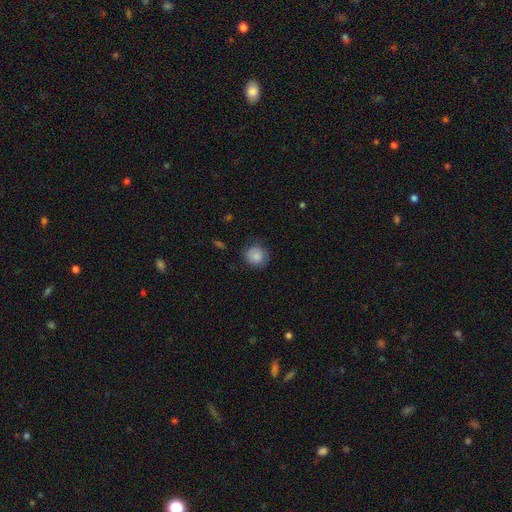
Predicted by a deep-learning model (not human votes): Smooth or featured? Predicted: smooth (p=0.85). How rounded? Predicted: round (p=0.84). Merging? Predicted: none (p=0.78).